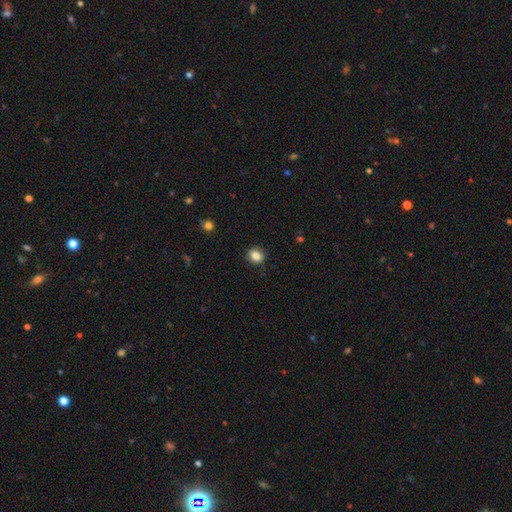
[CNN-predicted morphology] Q: Smooth or featured?
A: smooth (85%); runner-up: star or artifact (10%)
Q: How rounded?
A: round (62%); runner-up: in between (37%)
Q: Merging?
A: none (88%); runner-up: minor disturbance (9%)